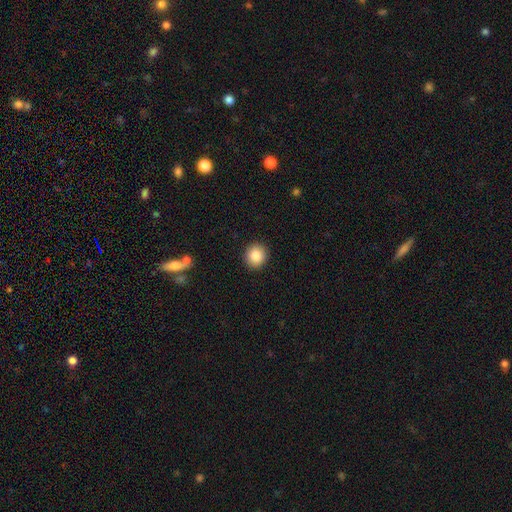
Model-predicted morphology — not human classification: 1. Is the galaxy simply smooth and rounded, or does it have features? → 86% smooth, 9% star or artifact, 5% featured or disk.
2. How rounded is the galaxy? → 91% round, 8% in between, 1% cigar-shaped.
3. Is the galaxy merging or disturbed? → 92% none, 5% minor disturbance, 2% major disturbance, 1% merger.